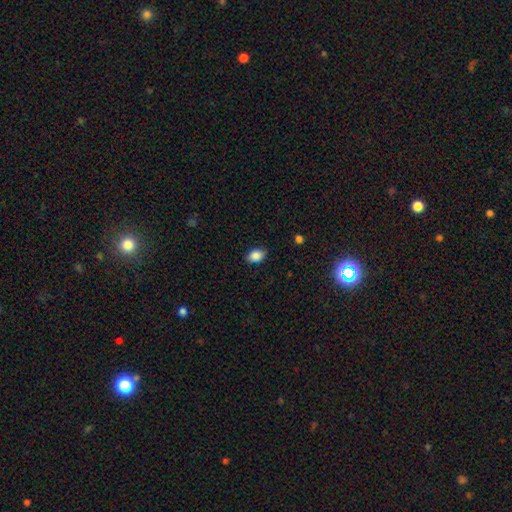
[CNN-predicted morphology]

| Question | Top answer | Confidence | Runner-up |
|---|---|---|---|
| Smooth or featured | smooth | 86% | star or artifact (8%) |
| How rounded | in between | 84% | round (15%) |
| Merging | none | 86% | minor disturbance (11%) |